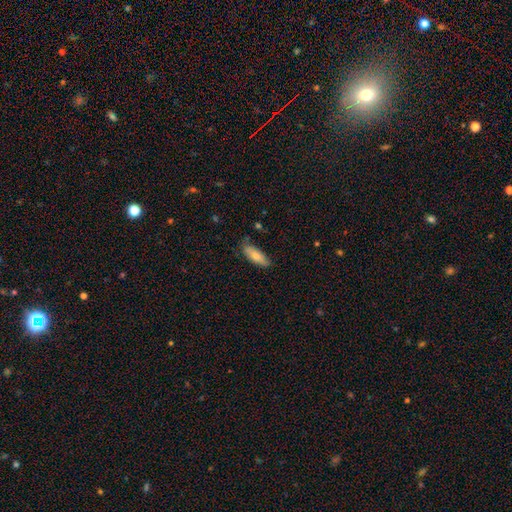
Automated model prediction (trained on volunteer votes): This is likely a smooth galaxy (76%). How rounded: likely in between (66%). Merging: likely none (74%).